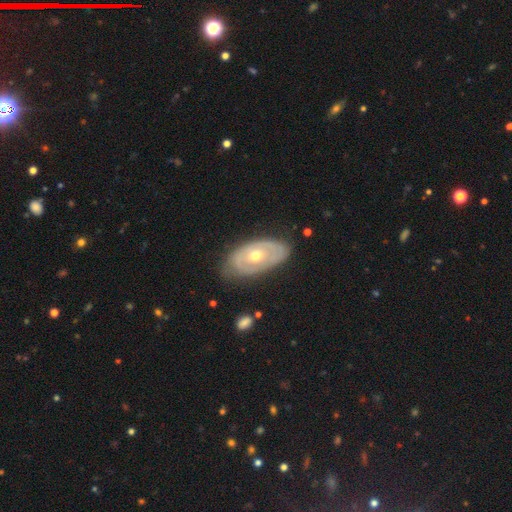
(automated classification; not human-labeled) This is likely a featured or disk galaxy (65%). It is clearly not viewed edge-on (90%). Bar: clearly no (87%). Spiral arm pattern: likely no (66%). Central bulge: likely moderate (69%). Merging: likely none (75%).